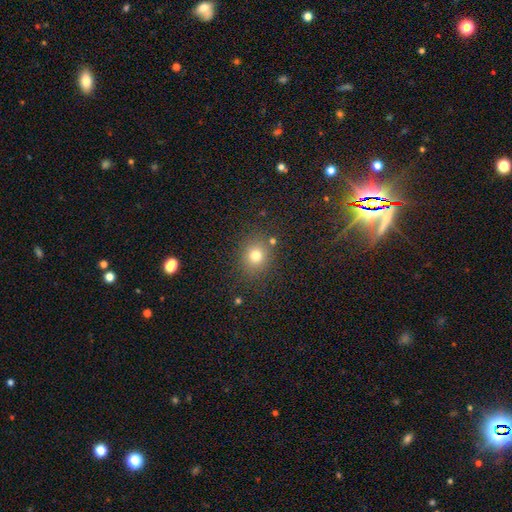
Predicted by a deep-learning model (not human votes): smooth 76%, star or artifact 16%, featured or disk 8%. Down the decision tree: how rounded — round (76%); merging — none (82%).